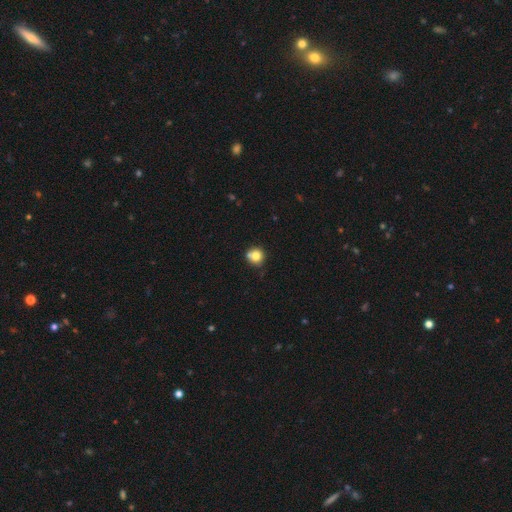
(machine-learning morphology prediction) smooth-or-featured: smooth: 77% | featured or disk: 13% | star or artifact: 11%
  how-rounded: round: 89% | in between: 10% | cigar-shaped: 1%
  merging: none: 59% | merger: 23% | minor disturbance: 13% | major disturbance: 4%